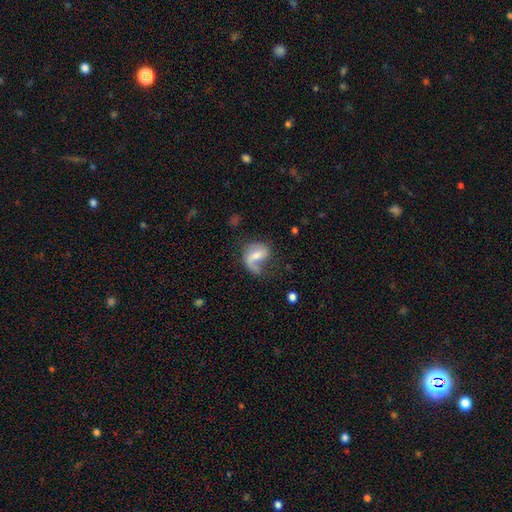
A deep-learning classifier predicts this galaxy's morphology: Smooth or featured: featured or disk — 62% (smooth — 31%)
Edge-on disk: no — 97% (yes — 3%)
Bar: weak — 43% (no — 39%)
Spiral arms: yes — 84% (no — 16%)
Spiral winding: loose — 59% (medium — 30%)
Spiral arm count: 1 — 63% (2 — 30%)
Bulge size: moderate — 44% (small — 37%)
Merging: none — 37% (major disturbance — 36%)